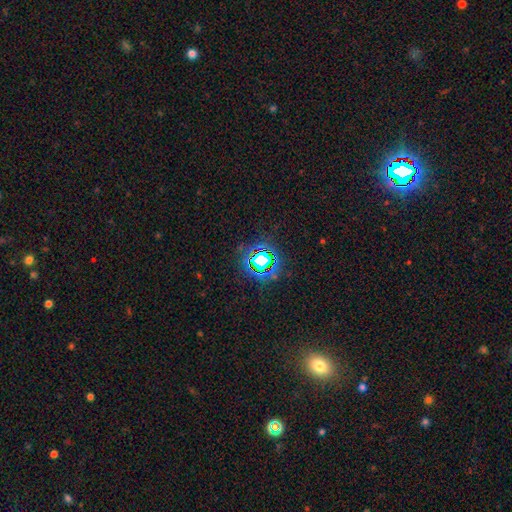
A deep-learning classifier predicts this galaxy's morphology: Q: Smooth or featured?
A: star or artifact (69%); runner-up: smooth (20%)